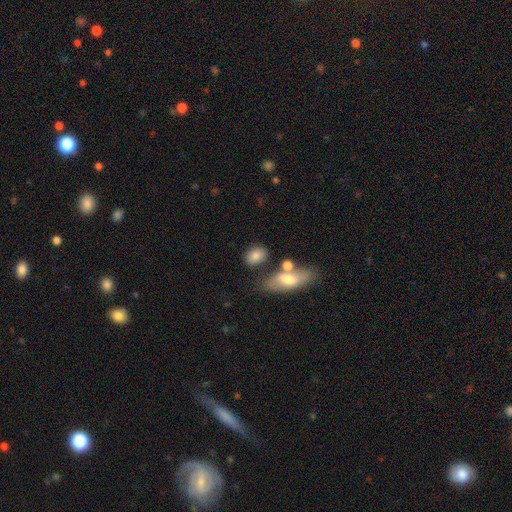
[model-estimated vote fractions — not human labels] Morphology: type=smooth (80%); roundness=in between (66%); merging=none (67%).